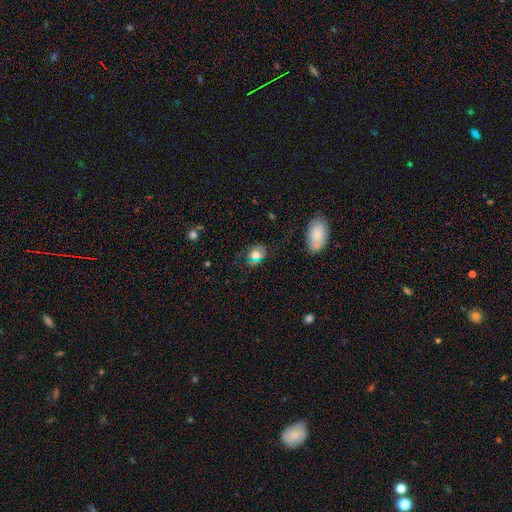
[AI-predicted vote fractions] Smooth or featured?
  - smooth: 65% *
  - featured or disk: 19%
  - star or artifact: 16%
How rounded?
  - in between: 67% *
  - round: 31%
  - cigar-shaped: 2%
Merging?
  - none: 73% *
  - minor disturbance: 17%
  - major disturbance: 7%
  - merger: 3%